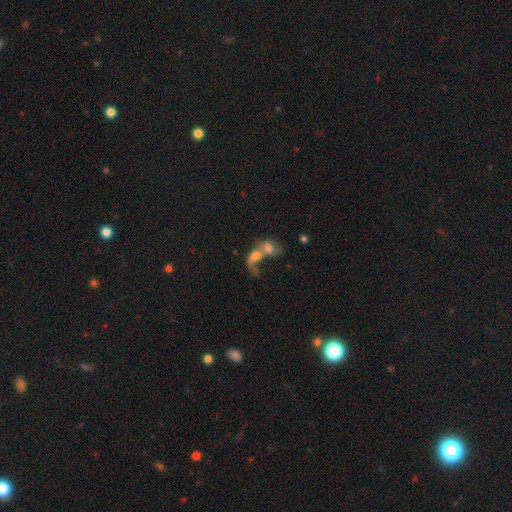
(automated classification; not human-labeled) Overall: smooth (47%; featured or disk 41%). Merging: merger (78%).